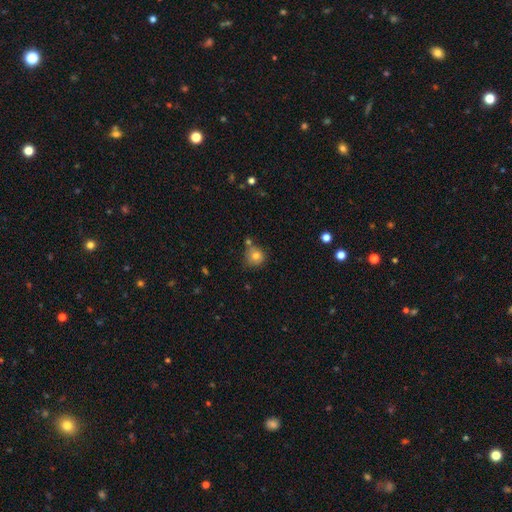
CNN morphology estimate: smooth 78%, star or artifact 12%, featured or disk 10%. Down the decision tree: how rounded — round (89%); merging — none (67%).